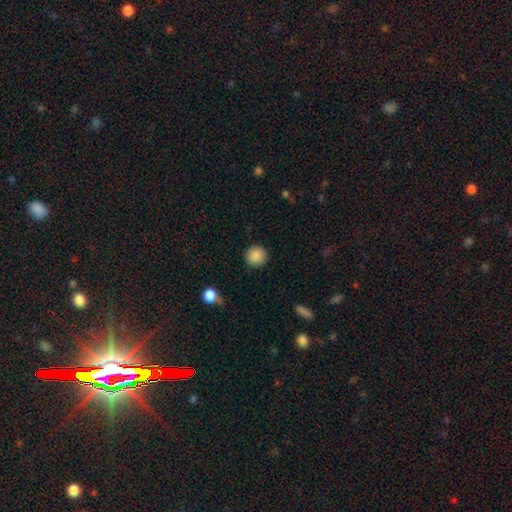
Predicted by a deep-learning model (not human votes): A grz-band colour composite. It shows a smooth galaxy with no disk features (88%) that is round (92%). Merging: none (89%).